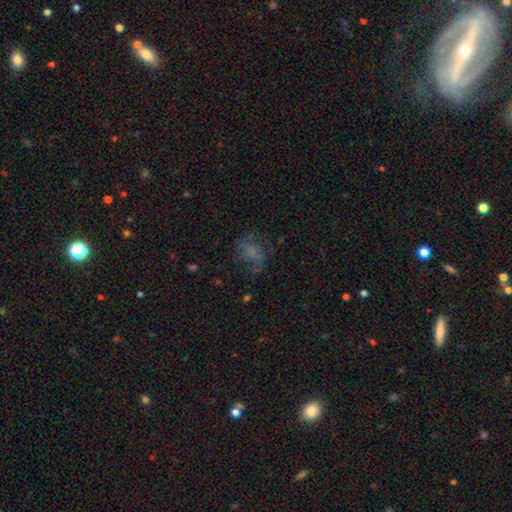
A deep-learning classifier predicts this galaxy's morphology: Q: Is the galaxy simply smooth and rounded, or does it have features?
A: star or artifact — 38%.